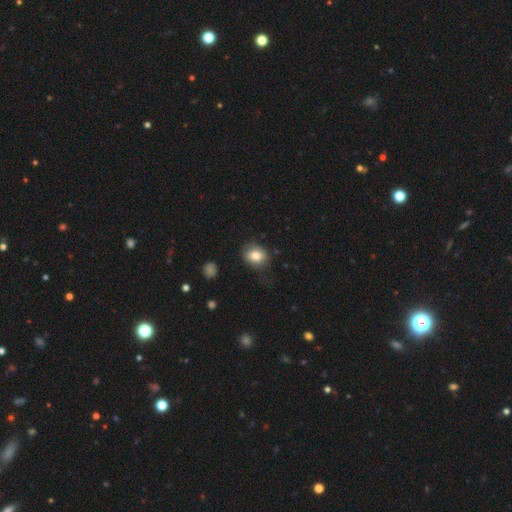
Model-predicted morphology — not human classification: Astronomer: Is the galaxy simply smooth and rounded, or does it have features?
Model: smooth — 80%.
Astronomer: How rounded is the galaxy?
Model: round — 52% (runner-up: in between, 47%).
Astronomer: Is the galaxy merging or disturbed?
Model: none — 69%.